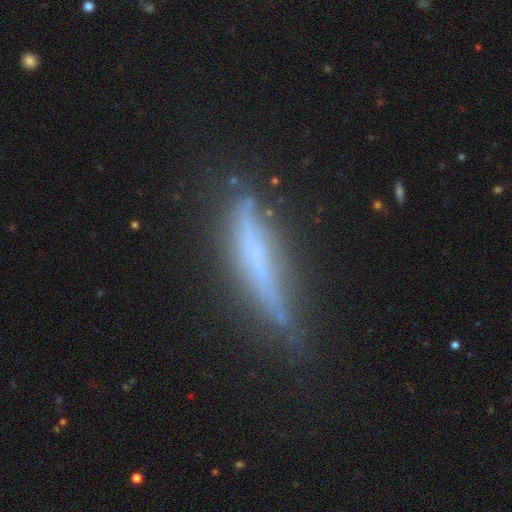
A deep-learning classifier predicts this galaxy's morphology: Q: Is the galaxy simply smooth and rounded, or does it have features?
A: featured or disk — 59%.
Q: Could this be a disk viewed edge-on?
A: yes — 89%.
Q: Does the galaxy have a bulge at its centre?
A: none — 67%.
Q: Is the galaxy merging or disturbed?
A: none — 66%.